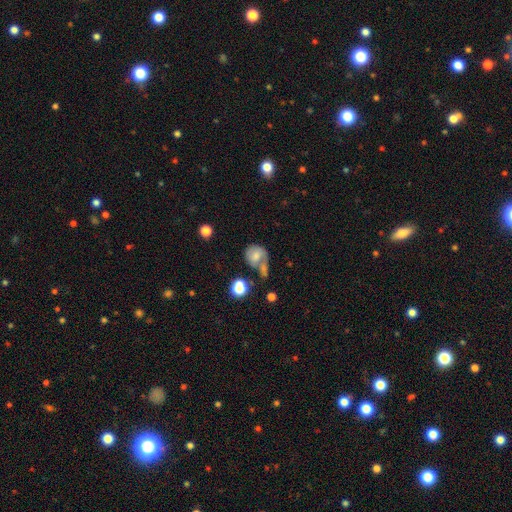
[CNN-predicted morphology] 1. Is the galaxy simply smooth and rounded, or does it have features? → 64% smooth, 26% featured or disk, 10% star or artifact.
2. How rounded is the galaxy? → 71% round, 28% in between, 1% cigar-shaped.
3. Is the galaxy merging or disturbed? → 36% none, 31% merger, 18% minor disturbance, 15% major disturbance.